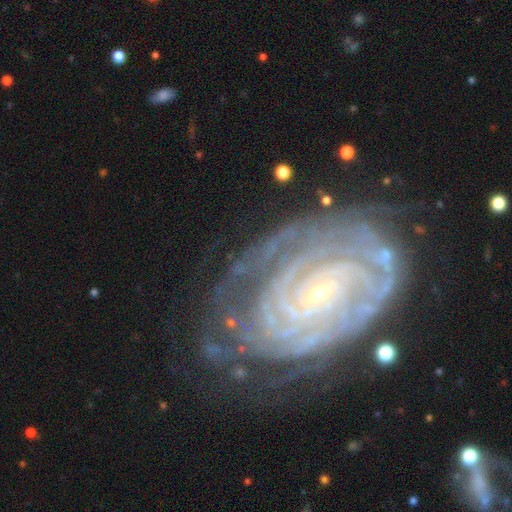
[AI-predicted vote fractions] A featured or disk galaxy (89%) with no bar (61%), tight (84%) spiral arms (97%) and a small central bulge (86%).

Vote fractions:
- Smooth or featured? featured or disk: 89% / star or artifact: 6% / smooth: 5%
- Edge-on disk? no: 97% / yes: 3%
- Bar? no: 61% / weak: 27% / strong: 13%
- Spiral arms? yes: 97% / no: 3%
- Spiral winding? tight: 84% / medium: 14% / loose: 3%
- Spiral arm count? can't tell: 28% / 2: 22% / 4: 16% / 3: 16% / more than 4: 11% / 1: 7%
- Bulge size? small: 86% / moderate: 10% / none: 2% / large: 1% / dominant: 1%
- Merging? none: 67% / minor disturbance: 21% / major disturbance: 9% / merger: 3%